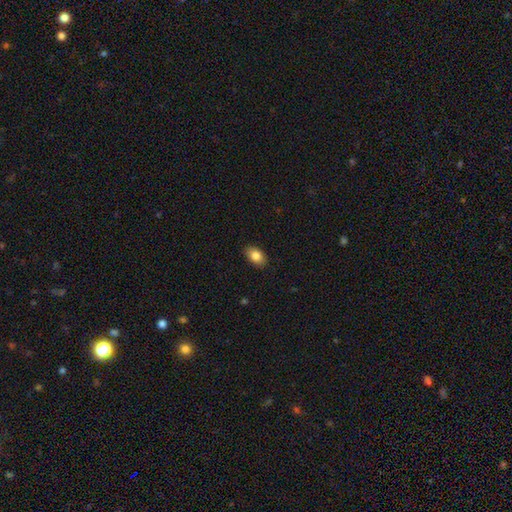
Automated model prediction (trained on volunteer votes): Q: Smooth or featured?
A: smooth (84%); runner-up: featured or disk (8%)
Q: How rounded?
A: in between (88%); runner-up: round (10%)
Q: Merging?
A: none (88%); runner-up: minor disturbance (9%)